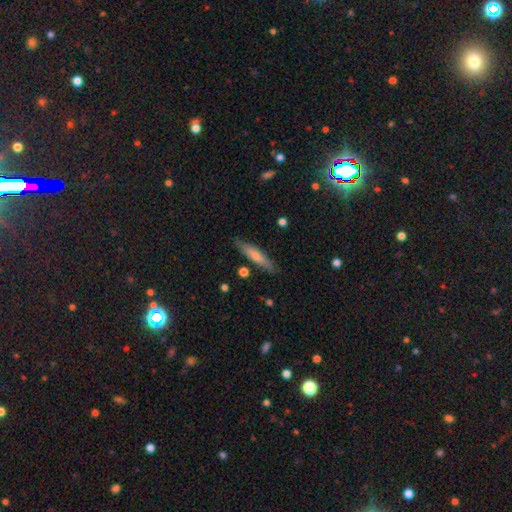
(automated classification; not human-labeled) smooth-or-featured: smooth: 71% | featured or disk: 24% | star or artifact: 6%
  how-rounded: cigar-shaped: 84% | in between: 15% | round: 1%
  merging: none: 81% | minor disturbance: 14% | major disturbance: 3% | merger: 3%